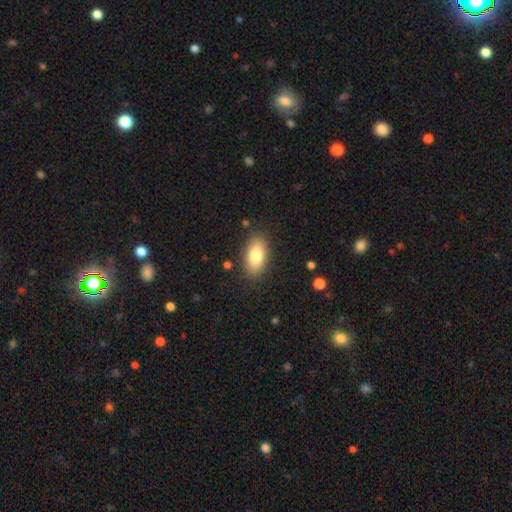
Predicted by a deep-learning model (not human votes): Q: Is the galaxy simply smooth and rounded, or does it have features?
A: smooth — 81%.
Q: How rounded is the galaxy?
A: in between — 92%.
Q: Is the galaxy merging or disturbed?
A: none — 85%.